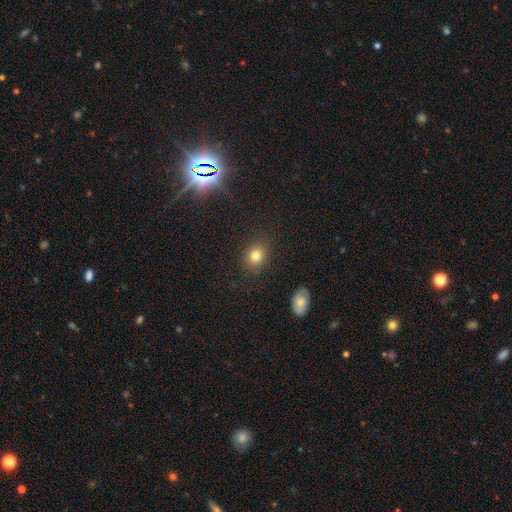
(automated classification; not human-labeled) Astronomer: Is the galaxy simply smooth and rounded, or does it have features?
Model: smooth — 81%.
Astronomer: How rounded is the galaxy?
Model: round — 62%.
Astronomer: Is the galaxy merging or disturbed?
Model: none — 86%.